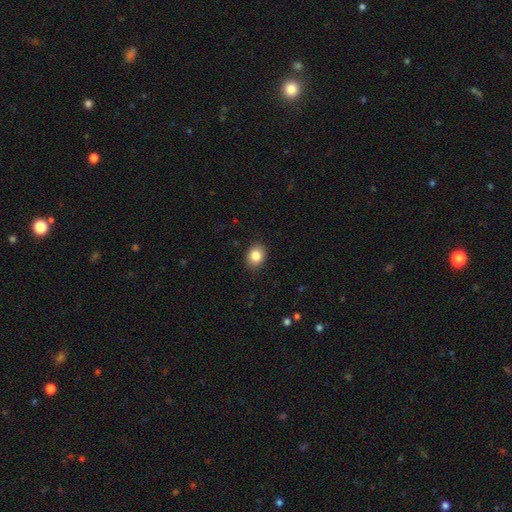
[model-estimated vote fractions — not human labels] Q: Smooth or featured?
A: smooth (85%); runner-up: star or artifact (9%)
Q: How rounded?
A: round (52%); runner-up: in between (47%)
Q: Merging?
A: none (87%); runner-up: minor disturbance (10%)